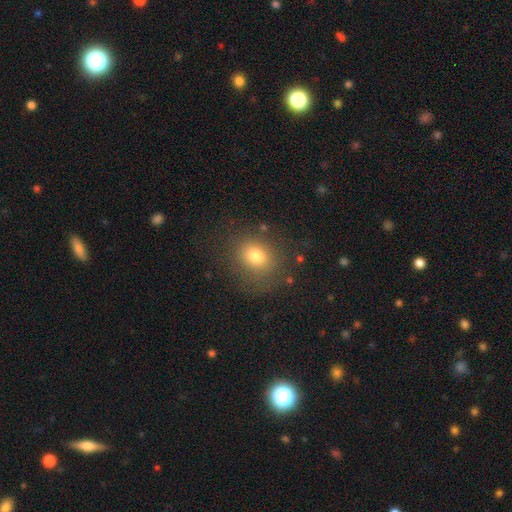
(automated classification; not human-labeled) smooth 76%, star or artifact 14%, featured or disk 10%. Down the decision tree: how rounded — round (64%); merging — none (79%).